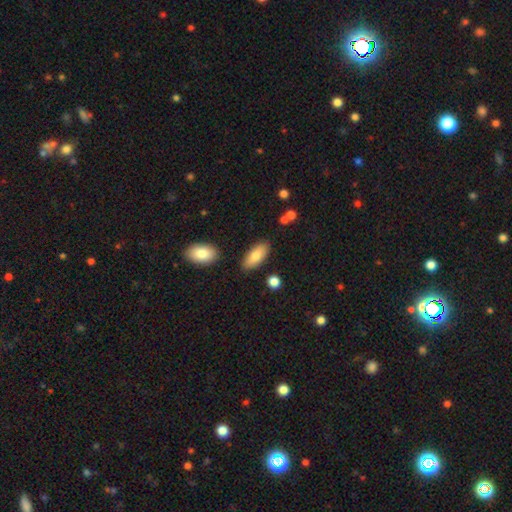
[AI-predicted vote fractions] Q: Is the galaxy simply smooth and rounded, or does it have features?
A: smooth — 82%.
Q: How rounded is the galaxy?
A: in between — 84%.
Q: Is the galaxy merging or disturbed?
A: none — 83%.